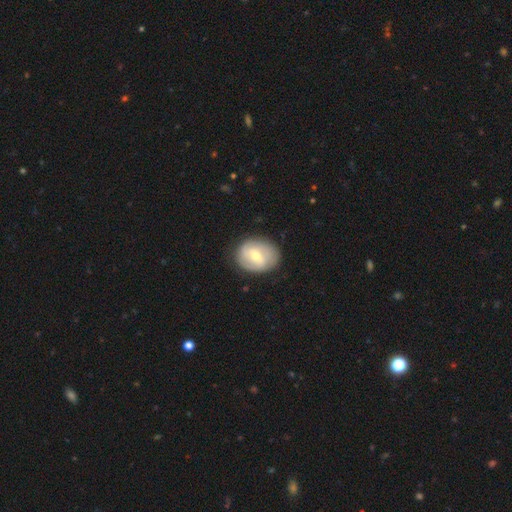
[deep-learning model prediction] A featured or disk galaxy (56%) with a weak bar (49%), spiral arms (59%) and a moderate central bulge (60%). Merging: none (82%).